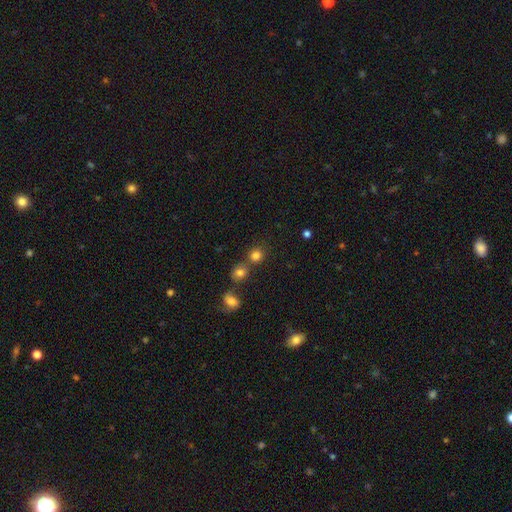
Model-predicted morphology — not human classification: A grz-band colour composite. It shows a smooth galaxy with no disk features (79%) that is round (85%). Merging: none (61%).